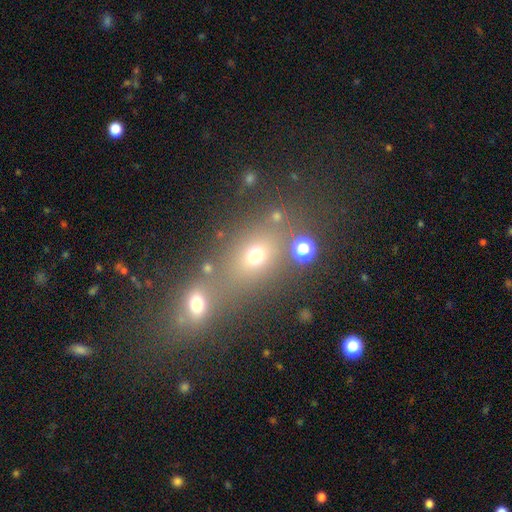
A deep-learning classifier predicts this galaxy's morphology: type=smooth (57%); roundness=in between (49%); merging=none (43%, tied with merger).